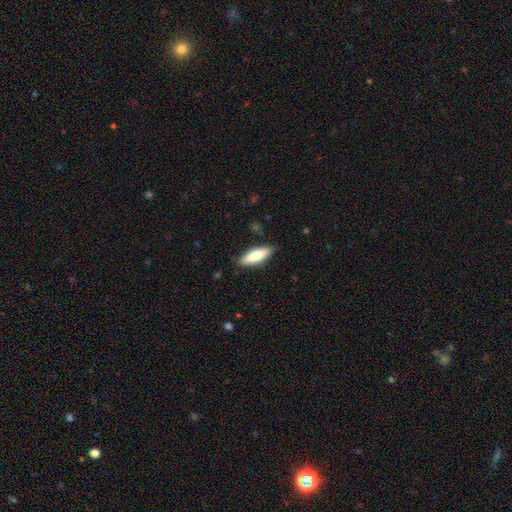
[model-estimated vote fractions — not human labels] Smooth or featured? smooth (73%)
How rounded? in between (54%)
Merging? none (84%)